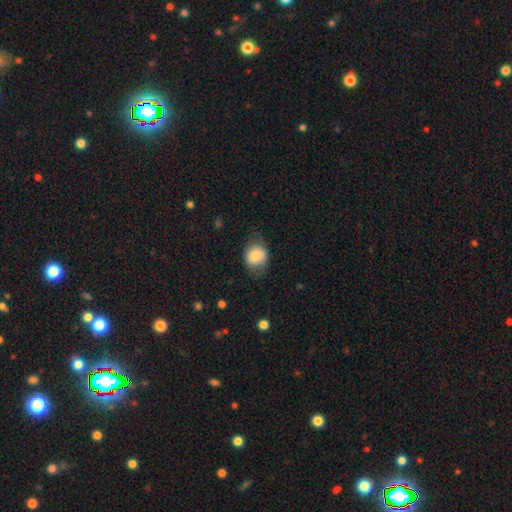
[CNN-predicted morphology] smooth-or-featured: smooth: 79% | featured or disk: 13% | star or artifact: 8%
  how-rounded: round: 67% | in between: 33% | cigar-shaped: 1%
  merging: none: 66% | minor disturbance: 24% | major disturbance: 9% | merger: 1%